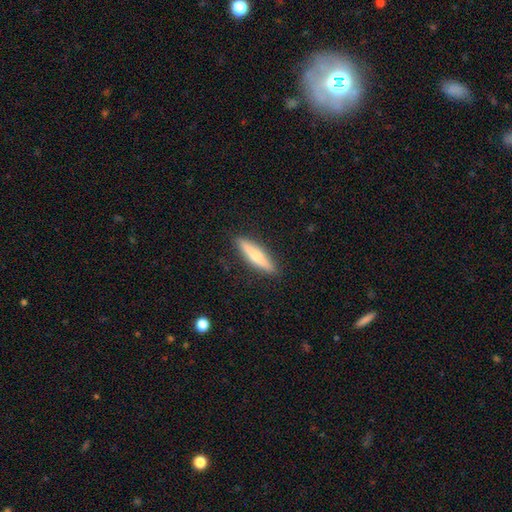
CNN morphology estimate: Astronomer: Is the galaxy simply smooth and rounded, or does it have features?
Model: smooth — 52% (runner-up: featured or disk, 43%).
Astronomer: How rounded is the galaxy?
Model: cigar-shaped — 83%.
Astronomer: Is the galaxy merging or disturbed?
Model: none — 90%.